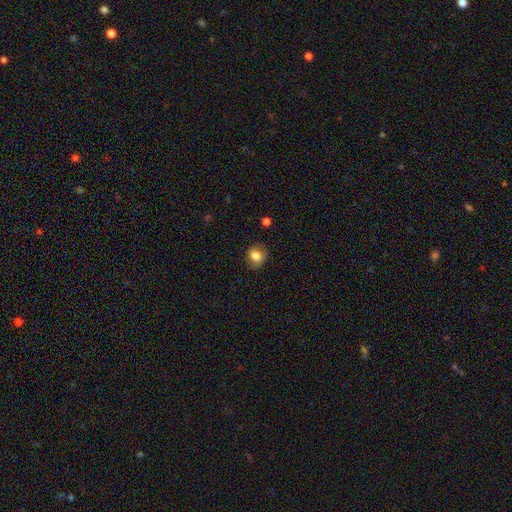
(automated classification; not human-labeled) Overall: smooth (80%). How rounded: round (67%; in between 32%). Merging: none (79%).